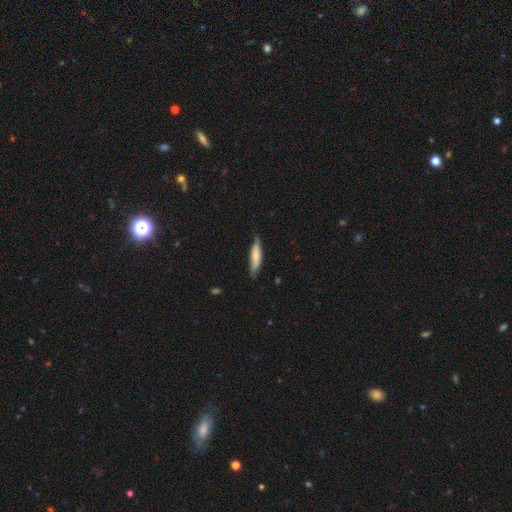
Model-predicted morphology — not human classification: This appears to be a smooth galaxy with no disk features (70%) that is cigar-shaped (83%). Merging: none (76%).